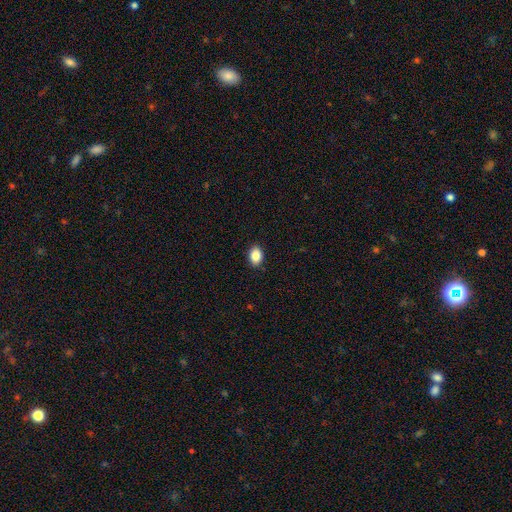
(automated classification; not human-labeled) smooth-or-featured: smooth: 87% | star or artifact: 8% | featured or disk: 5%
  how-rounded: in between: 78% | round: 21% | cigar-shaped: 1%
  merging: none: 90% | minor disturbance: 7% | major disturbance: 2% | merger: 1%